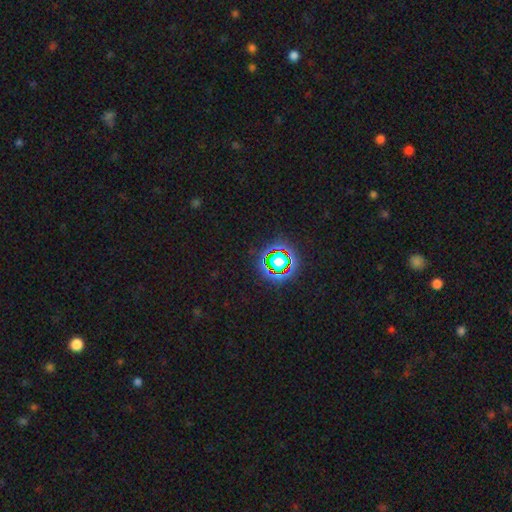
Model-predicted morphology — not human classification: Q: Smooth or featured?
A: star or artifact (79%); runner-up: smooth (13%)